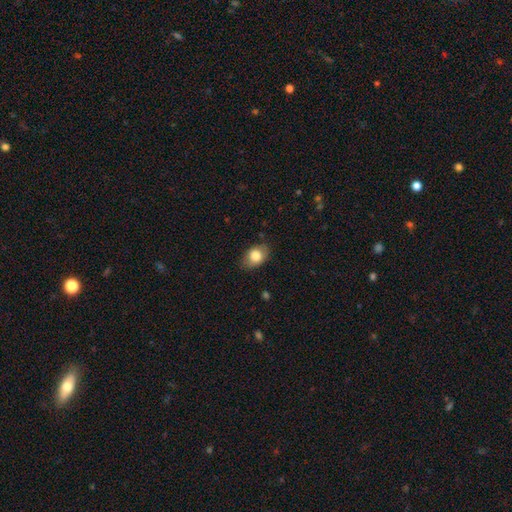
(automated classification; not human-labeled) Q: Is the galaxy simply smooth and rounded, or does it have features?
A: smooth — 80%.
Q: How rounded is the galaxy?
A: in between — 78%.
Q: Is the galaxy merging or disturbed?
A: none — 77%.